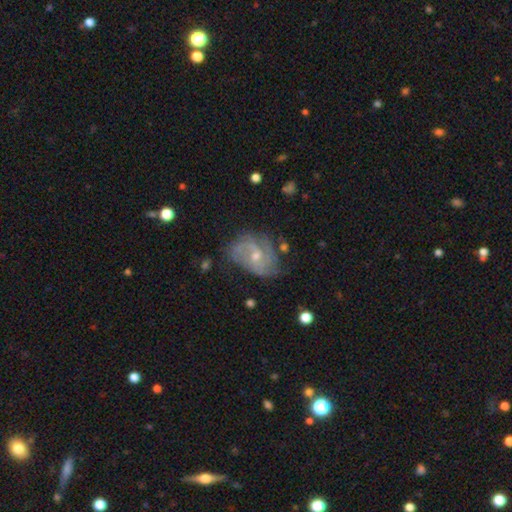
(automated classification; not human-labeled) This appears to be a featured or disk galaxy (76%) with no bar (58%), 2 (34%) medium (43%) spiral arms (89%) and a small central bulge (52%). Merging: none (60%).